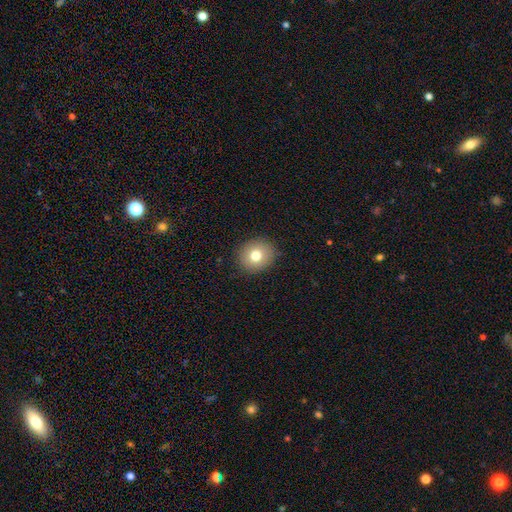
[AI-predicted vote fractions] smooth_or_featured: smooth (p=0.76) [alt: featured or disk p=0.14]
how_rounded: round (p=0.80) [alt: in between p=0.19]
merging: none (p=0.89) [alt: minor disturbance p=0.08]